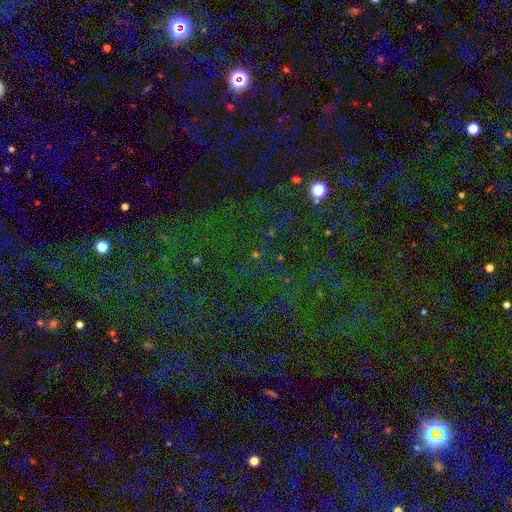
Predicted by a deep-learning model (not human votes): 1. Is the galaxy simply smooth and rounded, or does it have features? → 78% star or artifact, 14% smooth, 8% featured or disk.